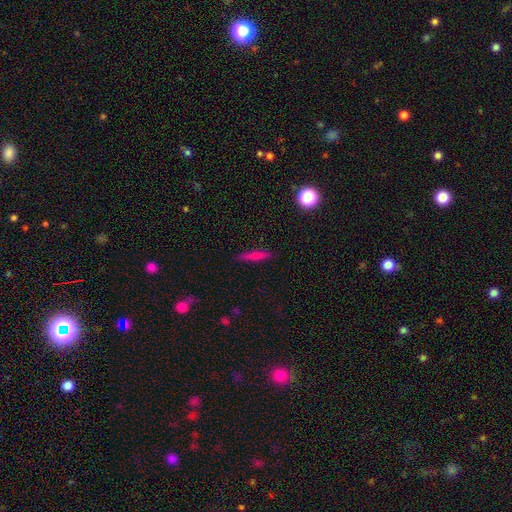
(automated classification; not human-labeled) The model was most divided on "smooth or featured": smooth: 73%, featured or disk: 18%, star or artifact: 9%. More confident: how rounded — cigar-shaped (89%); merging — none (88%).